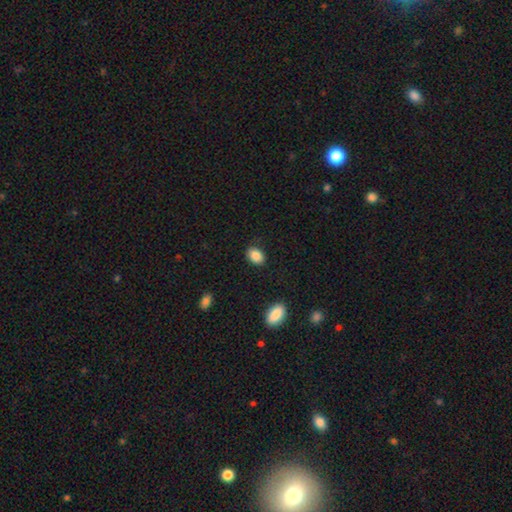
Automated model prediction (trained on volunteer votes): smooth-or-featured: smooth: 87% | star or artifact: 8% | featured or disk: 4%
  how-rounded: in between: 76% | round: 23% | cigar-shaped: 1%
  merging: none: 85% | minor disturbance: 10% | major disturbance: 3% | merger: 2%